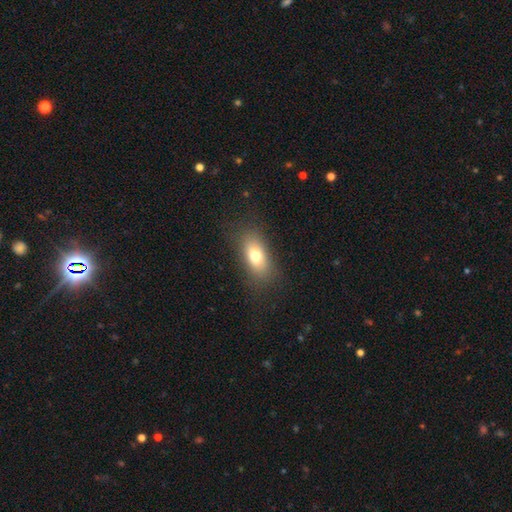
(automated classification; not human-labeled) A smooth galaxy with no disk features (74%) that is in between round and cigar-shaped (84%).

Vote fractions:
- Smooth or featured? smooth: 74% / featured or disk: 16% / star or artifact: 10%
- How rounded? in between: 84% / round: 9% / cigar-shaped: 7%
- Merging? none: 80% / minor disturbance: 13% / major disturbance: 6% / merger: 1%